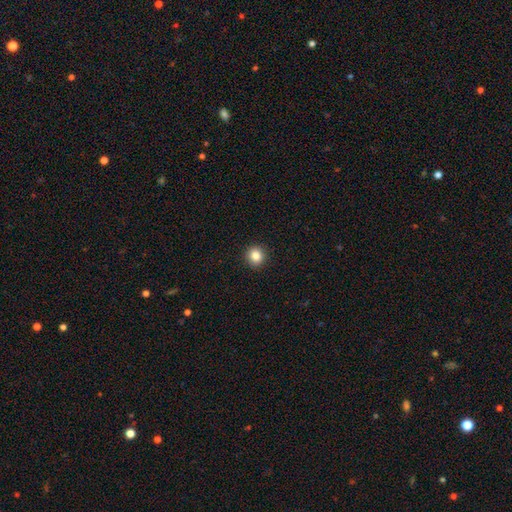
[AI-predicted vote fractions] A smooth galaxy with no disk features (85%) that is round (92%). Merging: none (93%).